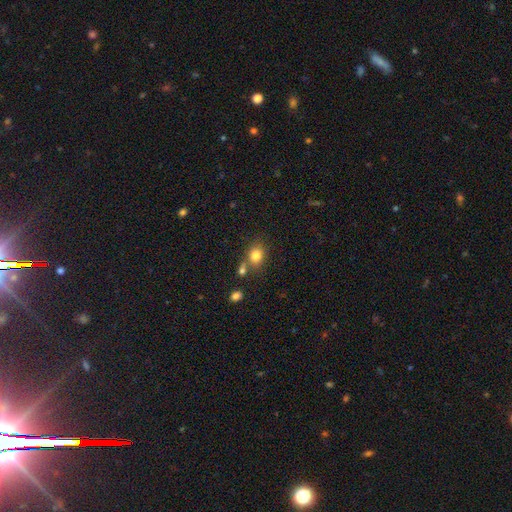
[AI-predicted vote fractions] Q: Smooth or featured?
A: smooth (81%); runner-up: star or artifact (11%)
Q: How rounded?
A: round (57%); runner-up: in between (42%)
Q: Merging?
A: none (64%); runner-up: merger (19%)